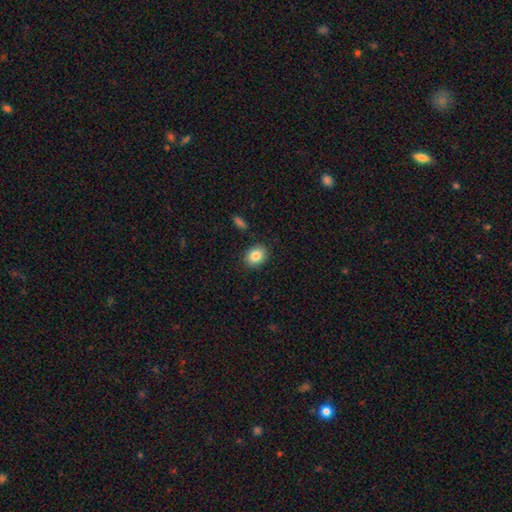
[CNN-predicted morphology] Smooth or featured? smooth (85%)
How rounded? round (50%)
Merging? none (88%)